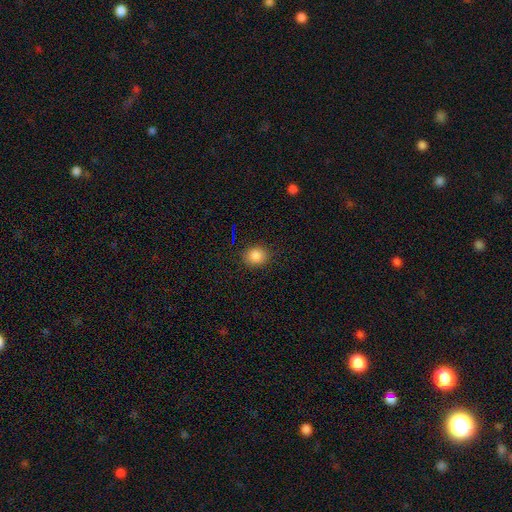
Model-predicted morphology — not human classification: Q: Smooth or featured?
A: smooth (84%); runner-up: star or artifact (11%)
Q: How rounded?
A: round (71%); runner-up: in between (28%)
Q: Merging?
A: none (86%); runner-up: minor disturbance (10%)